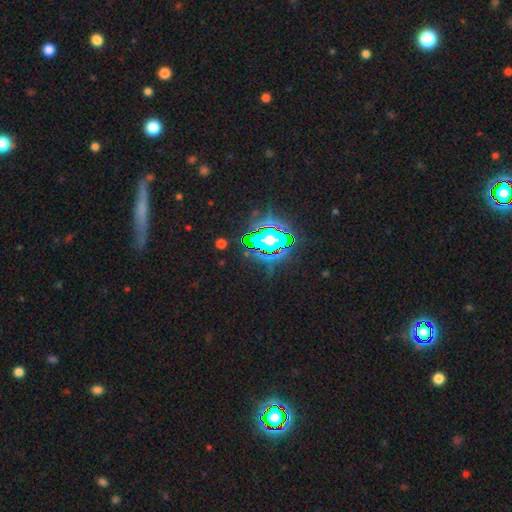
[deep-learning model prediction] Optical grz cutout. It shows a star or artifact, not a galaxy (75%).